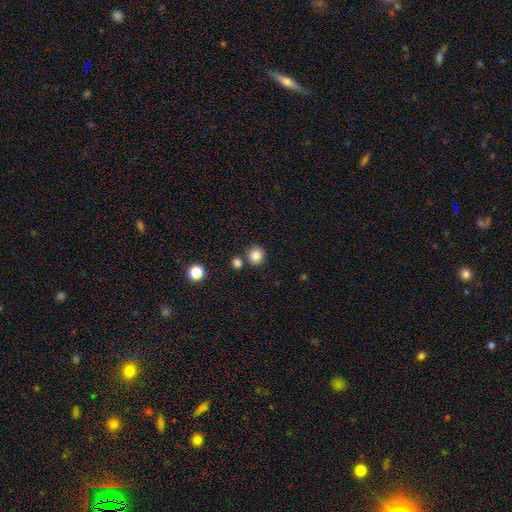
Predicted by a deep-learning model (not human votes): Smooth or featured?
  - smooth: 84% *
  - star or artifact: 11%
  - featured or disk: 5%
How rounded?
  - round: 93% *
  - in between: 6%
  - cigar-shaped: 1%
Merging?
  - none: 82% *
  - merger: 9%
  - minor disturbance: 7%
  - major disturbance: 2%